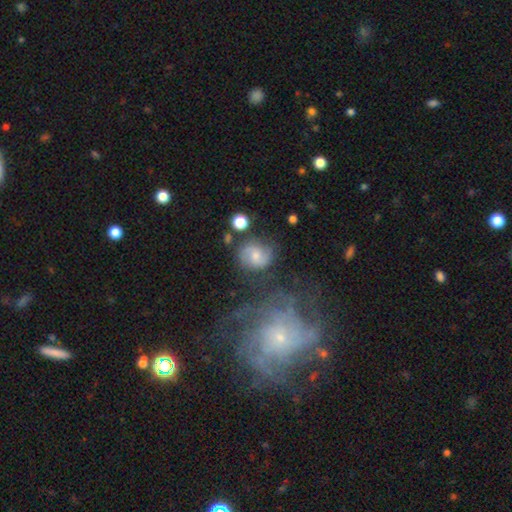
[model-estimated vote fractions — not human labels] The model was most divided on "smooth or featured": featured or disk: 46%, smooth: 44%, star or artifact: 10%. More confident: merging — none (66%).